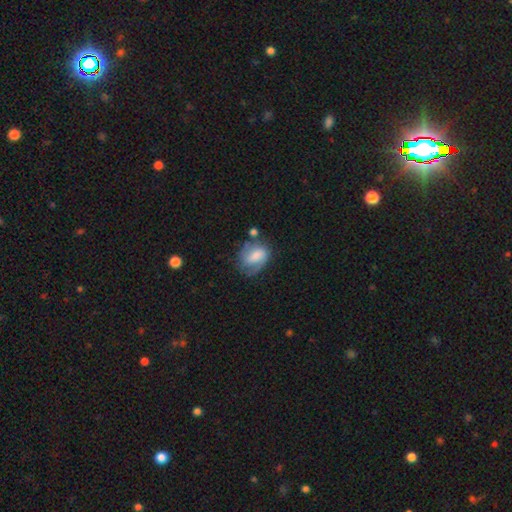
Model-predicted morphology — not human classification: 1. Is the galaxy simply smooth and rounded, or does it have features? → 47% smooth, 45% featured or disk, 8% star or artifact.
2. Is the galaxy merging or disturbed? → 50% none, 27% minor disturbance, 15% major disturbance, 8% merger.